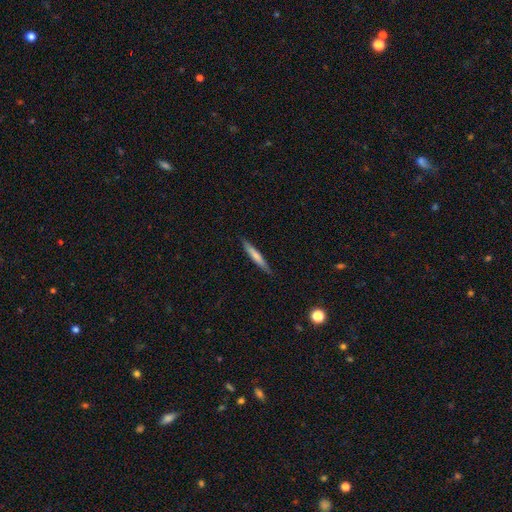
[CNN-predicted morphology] smooth 64%, featured or disk 31%, star or artifact 6%. Down the decision tree: how rounded — cigar-shaped (95%); merging — none (88%).